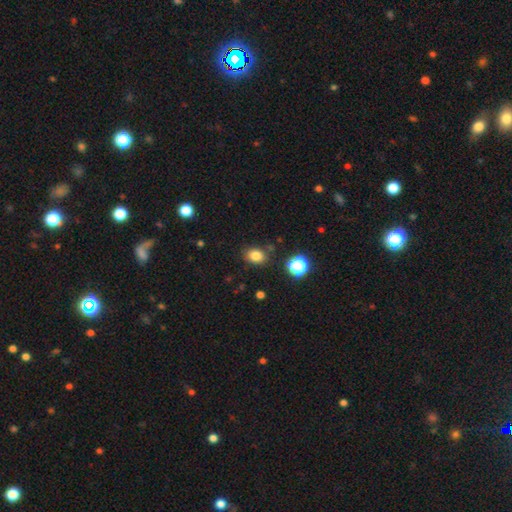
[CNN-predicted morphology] The model was most divided on "how rounded": in between: 63%, round: 36%, cigar-shaped: 1%. More confident: smooth or featured — smooth (82%); merging — none (81%).